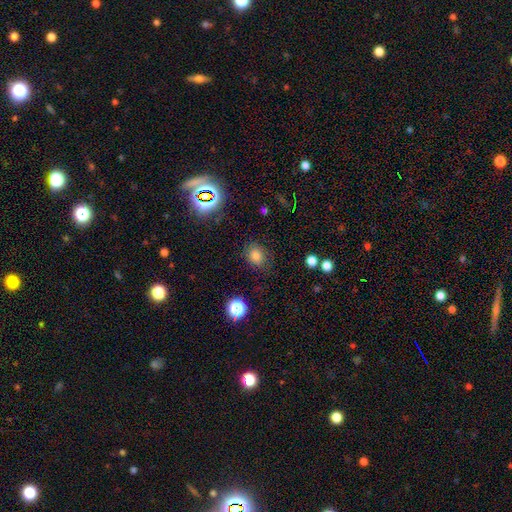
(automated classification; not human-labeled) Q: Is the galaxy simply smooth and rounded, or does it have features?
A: smooth — 77%.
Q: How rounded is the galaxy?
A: round — 56%.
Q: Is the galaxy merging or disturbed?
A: none — 81%.